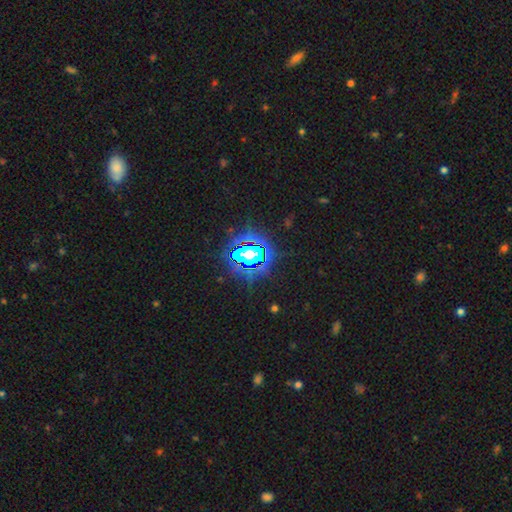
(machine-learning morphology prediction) This appears to be a star or artifact, not a galaxy (76%).